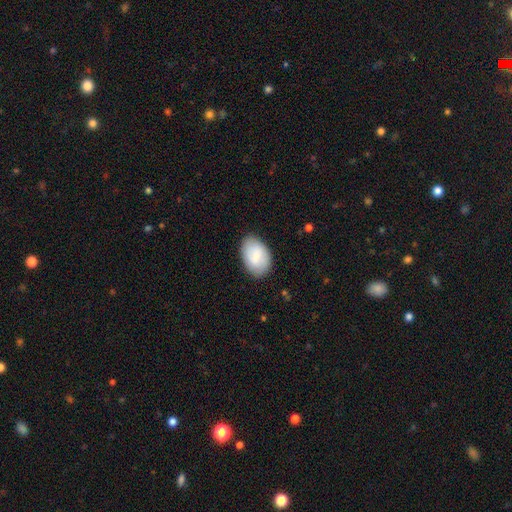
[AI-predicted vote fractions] A smooth galaxy with no disk features (78%) that is in between round and cigar-shaped (90%).

Vote fractions:
- Smooth or featured? smooth: 78% / featured or disk: 16% / star or artifact: 6%
- How rounded? in between: 90% / round: 9% / cigar-shaped: 1%
- Merging? none: 82% / minor disturbance: 13% / major disturbance: 3% / merger: 1%